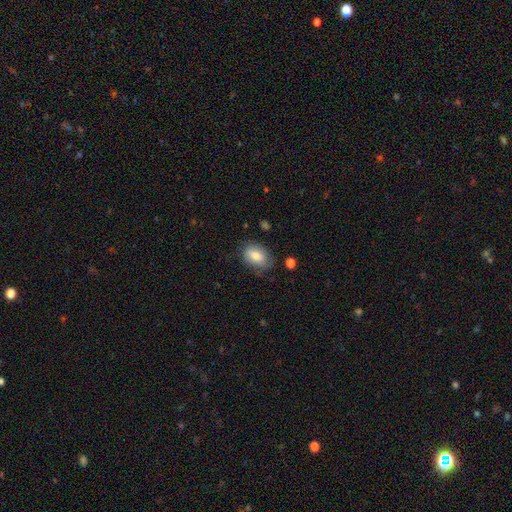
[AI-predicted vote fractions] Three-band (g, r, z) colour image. It shows a smooth galaxy with no disk features (77%) that is in between round and cigar-shaped (84%). Merging: none (72%).